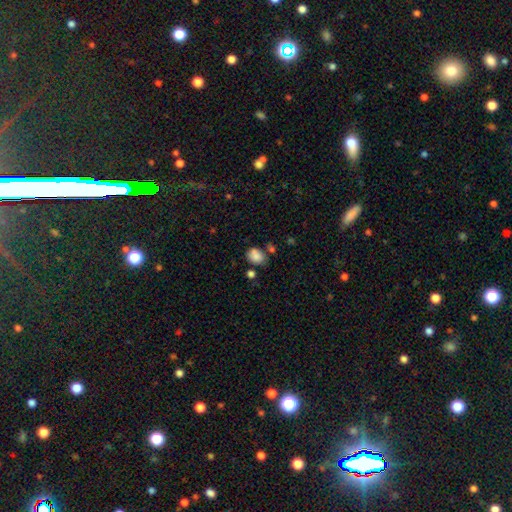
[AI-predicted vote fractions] A smooth galaxy with no disk features (84%) that is in between round and cigar-shaped (66%). Merging: none (62%).